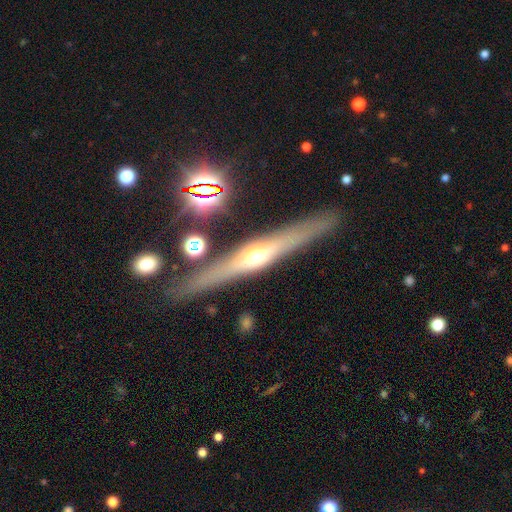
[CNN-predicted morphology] Smooth or featured?
  - featured or disk: 69% *
  - smooth: 22%
  - star or artifact: 9%
Edge-on disk?
  - yes: 94% *
  - no: 6%
Edge-on bulge?
  - rounded: 87% *
  - none: 9%
  - boxy: 4%
Merging?
  - none: 87% *
  - minor disturbance: 8%
  - merger: 3%
  - major disturbance: 2%